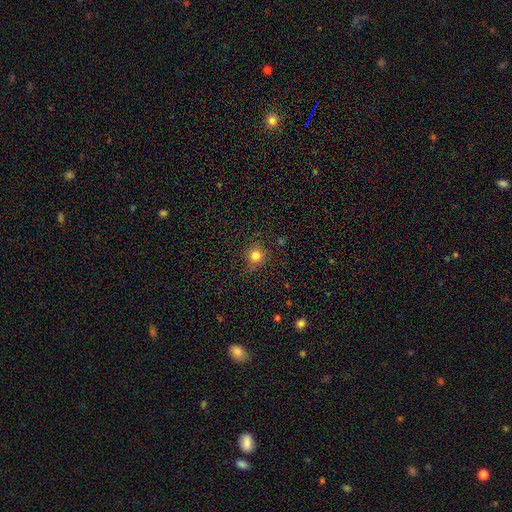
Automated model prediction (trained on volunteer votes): smooth-or-featured: smooth: 80% | star or artifact: 14% | featured or disk: 6%
  how-rounded: round: 90% | in between: 9% | cigar-shaped: 1%
  merging: none: 84% | minor disturbance: 11% | major disturbance: 4% | merger: 2%